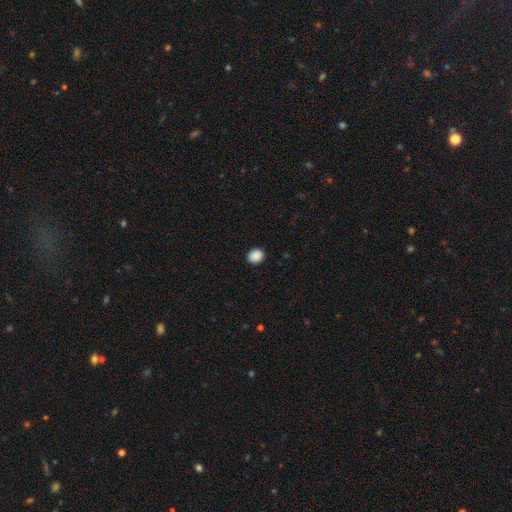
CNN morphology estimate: Smooth or featured? Predicted: smooth (p=0.89). How rounded? Predicted: round (p=0.61). Merging? Predicted: none (p=0.91).